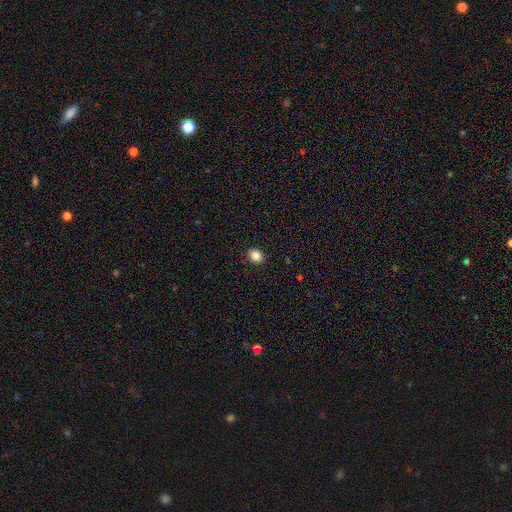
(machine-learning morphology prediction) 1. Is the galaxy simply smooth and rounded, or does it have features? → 86% smooth, 10% star or artifact, 4% featured or disk.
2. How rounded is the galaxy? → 59% round, 40% in between, 1% cigar-shaped.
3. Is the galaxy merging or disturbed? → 91% none, 6% minor disturbance, 2% major disturbance, 1% merger.